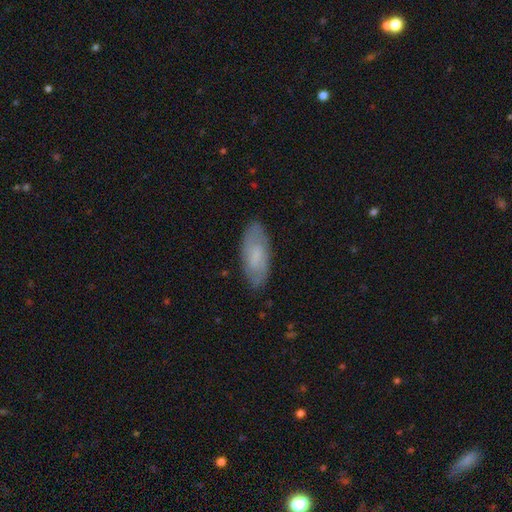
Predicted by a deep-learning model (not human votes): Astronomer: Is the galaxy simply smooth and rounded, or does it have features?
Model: smooth — 58% (runner-up: featured or disk, 35%).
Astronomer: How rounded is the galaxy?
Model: in between — 78%.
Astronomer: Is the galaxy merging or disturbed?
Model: none — 82%.